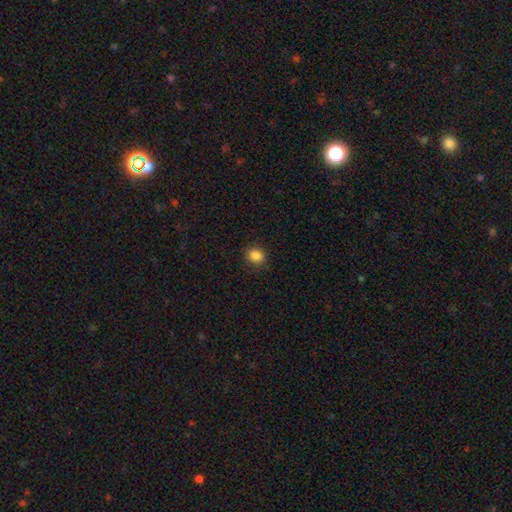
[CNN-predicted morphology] Q: Smooth or featured?
A: smooth (86%); runner-up: star or artifact (11%)
Q: How rounded?
A: round (67%); runner-up: in between (32%)
Q: Merging?
A: none (88%); runner-up: minor disturbance (8%)